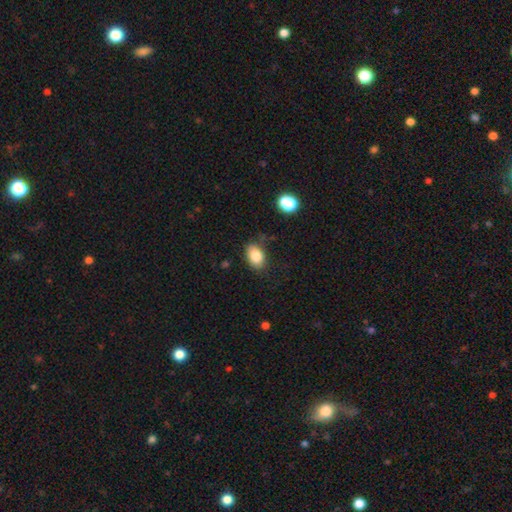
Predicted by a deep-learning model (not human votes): smooth 82%, star or artifact 9%, featured or disk 8%. Down the decision tree: how rounded — in between (84%); merging — none (79%).